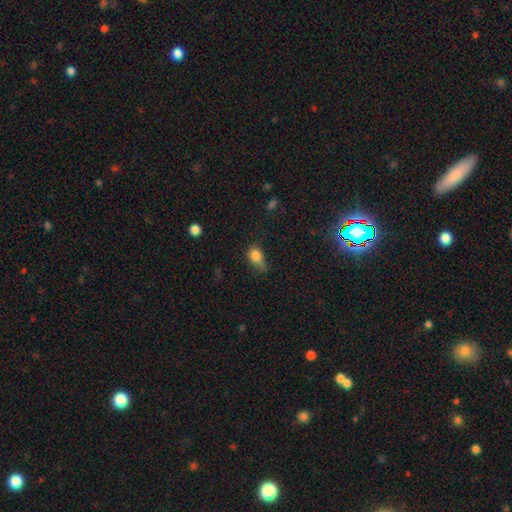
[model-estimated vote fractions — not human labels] Smooth or featured? smooth (80%)
How rounded? in between (65%)
Merging? minor disturbance (41%)